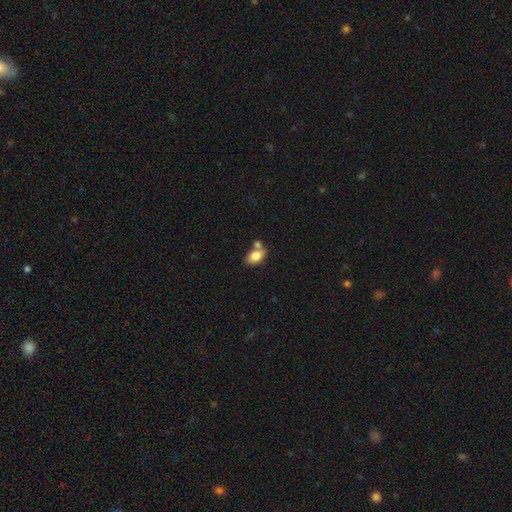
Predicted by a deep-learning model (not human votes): This appears to be a smooth galaxy with no disk features (80%) that is in between round and cigar-shaped (87%). Merging: none (50%).